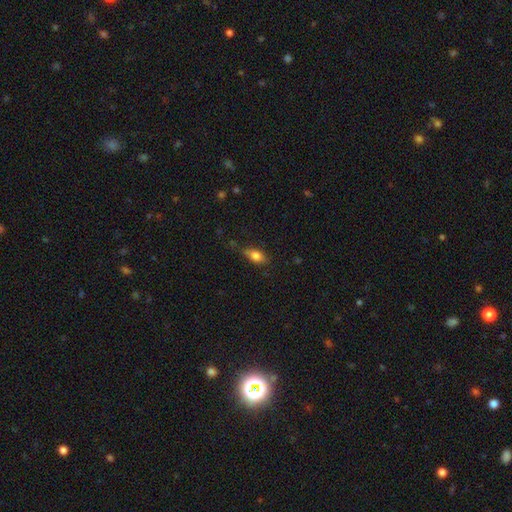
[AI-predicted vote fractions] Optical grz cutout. It shows a smooth galaxy with no disk features (78%) that is in between round and cigar-shaped (82%). Merging: none (66%).